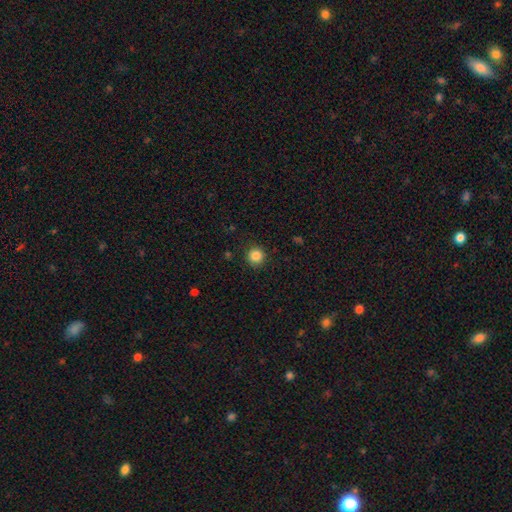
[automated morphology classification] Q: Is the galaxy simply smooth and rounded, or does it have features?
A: smooth — 85%.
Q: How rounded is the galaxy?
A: round — 94%.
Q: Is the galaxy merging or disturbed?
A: none — 90%.